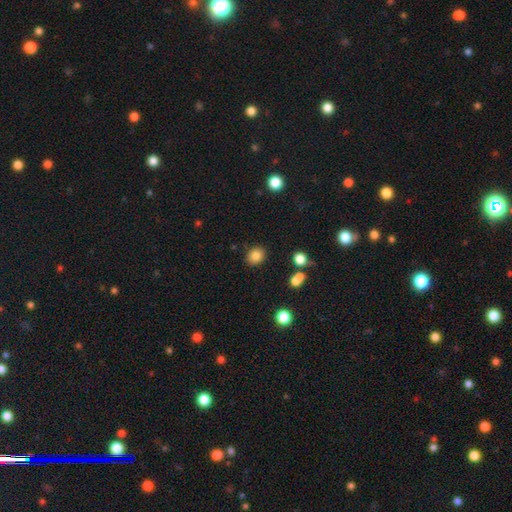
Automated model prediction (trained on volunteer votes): The model was most divided on "how rounded": round: 66%, in between: 33%, cigar-shaped: 1%. More confident: merging — none (86%); smooth or featured — smooth (82%).